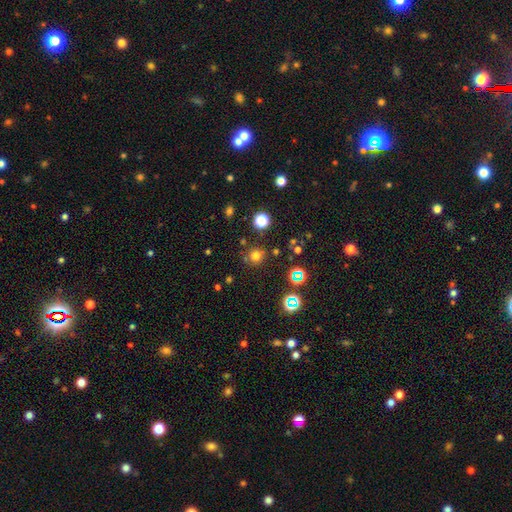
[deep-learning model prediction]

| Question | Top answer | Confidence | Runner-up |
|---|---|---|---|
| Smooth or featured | smooth | 67% | star or artifact (25%) |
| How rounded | round | 90% | in between (9%) |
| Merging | none | 81% | minor disturbance (10%) |